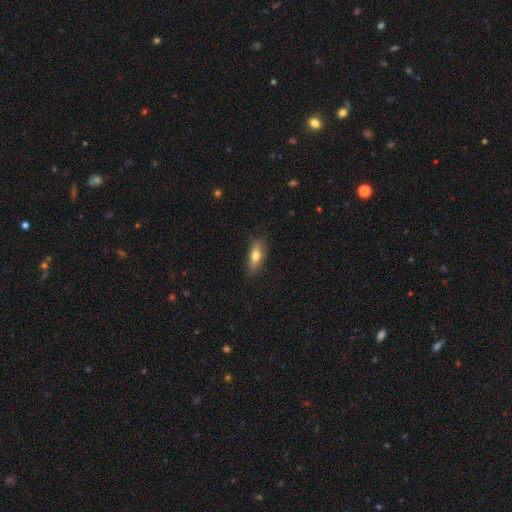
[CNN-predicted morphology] The model was most divided on "how rounded": in between: 61%, cigar-shaped: 36%, round: 4%. More confident: merging — none (77%); smooth or featured — smooth (67%).